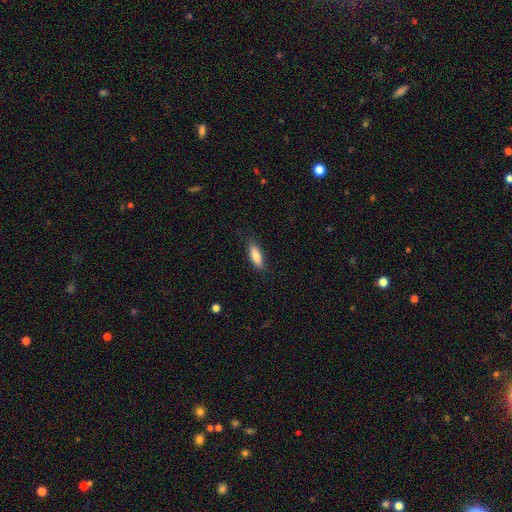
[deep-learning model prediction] smooth 79%, featured or disk 15%, star or artifact 6%. Down the decision tree: how rounded — in between (63%); merging — none (82%).